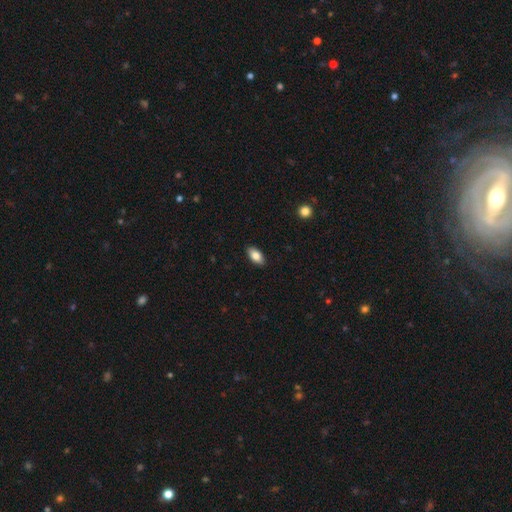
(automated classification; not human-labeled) The model was most divided on "smooth or featured": smooth: 84%, featured or disk: 9%, star or artifact: 7%. More confident: how rounded — in between (92%); merging — none (89%).